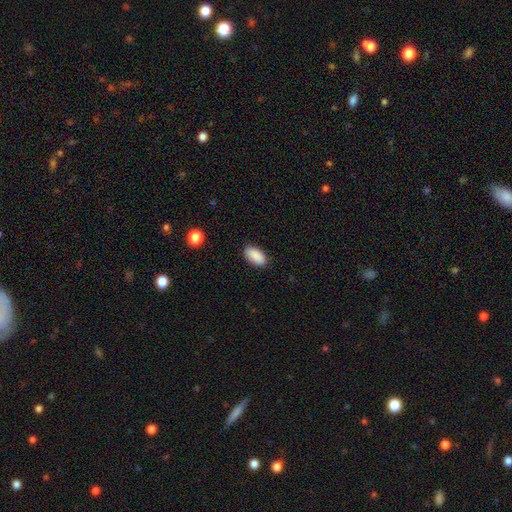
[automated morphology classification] This is clearly a smooth galaxy (90%). How rounded: clearly in between (94%). Merging: clearly none (87%).